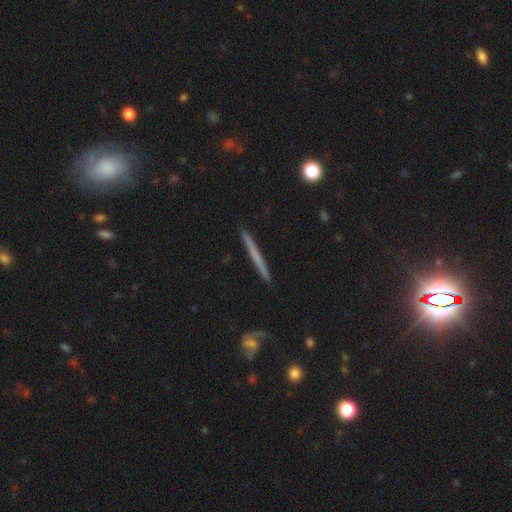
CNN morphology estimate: This appears to be a featured or disk galaxy (53%) viewed edge-on (96%) with no central bulge (87%). Merging: none (91%).